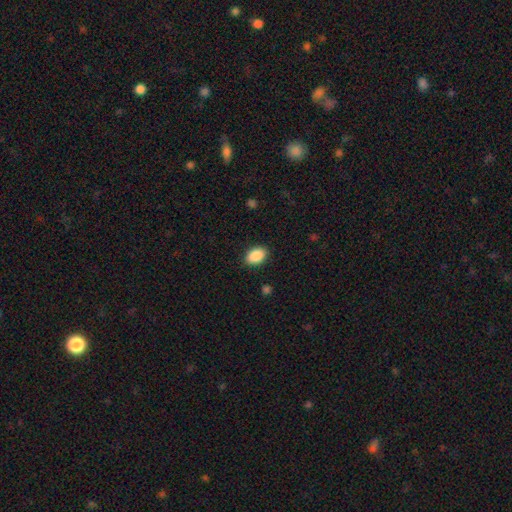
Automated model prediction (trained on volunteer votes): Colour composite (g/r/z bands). It shows a smooth galaxy with no disk features (90%) that is in between round and cigar-shaped (85%). Merging: none (88%).